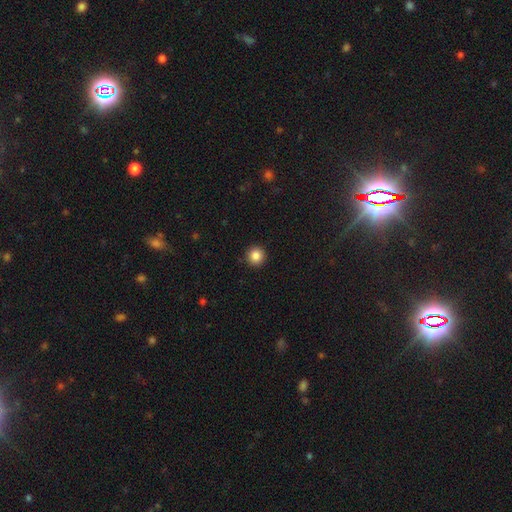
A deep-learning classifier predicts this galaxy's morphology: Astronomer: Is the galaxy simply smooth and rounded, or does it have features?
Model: smooth — 86%.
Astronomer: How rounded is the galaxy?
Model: round — 94%.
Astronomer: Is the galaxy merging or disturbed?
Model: none — 92%.